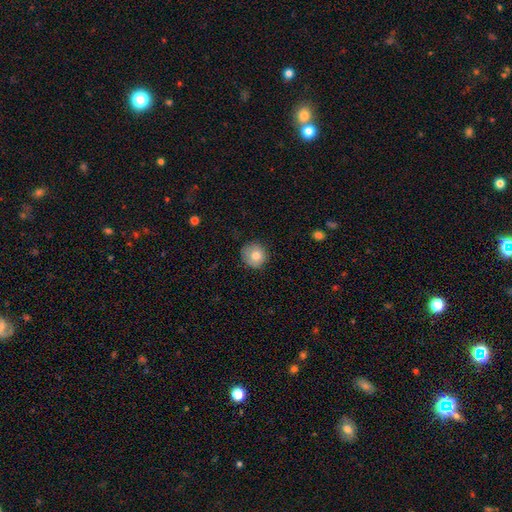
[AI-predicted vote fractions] The model was most divided on "merging": none: 79%, minor disturbance: 17%, major disturbance: 3%, merger: 1%. More confident: how rounded — round (90%); smooth or featured — smooth (78%).